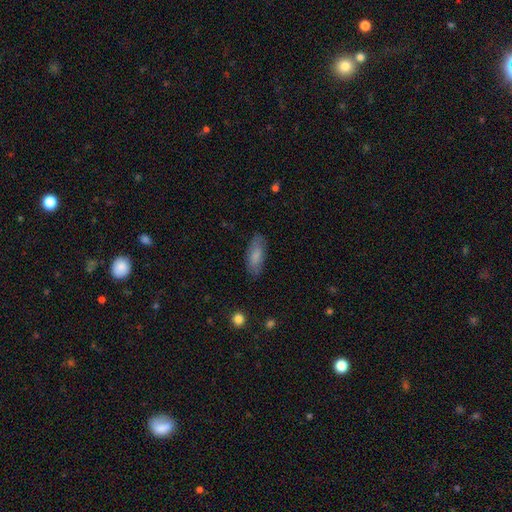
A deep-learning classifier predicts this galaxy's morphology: This appears to be a smooth galaxy with no disk features (79%) that is in between round and cigar-shaped (72%). Merging: none (81%).